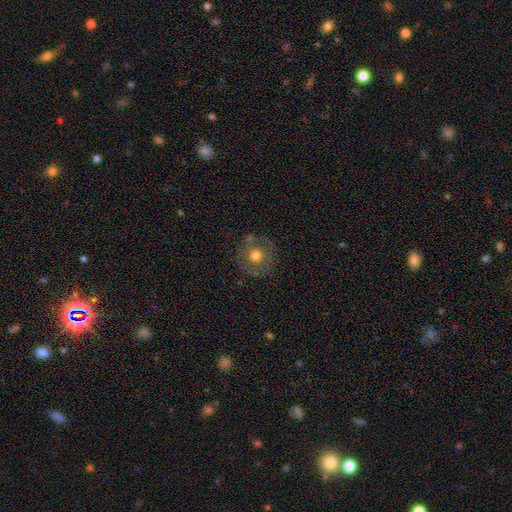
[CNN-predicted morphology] smooth-or-featured: smooth: 56% | featured or disk: 34% | star or artifact: 9%
  how-rounded: round: 92% | in between: 7% | cigar-shaped: 1%
  merging: none: 78% | minor disturbance: 13% | major disturbance: 5% | merger: 4%